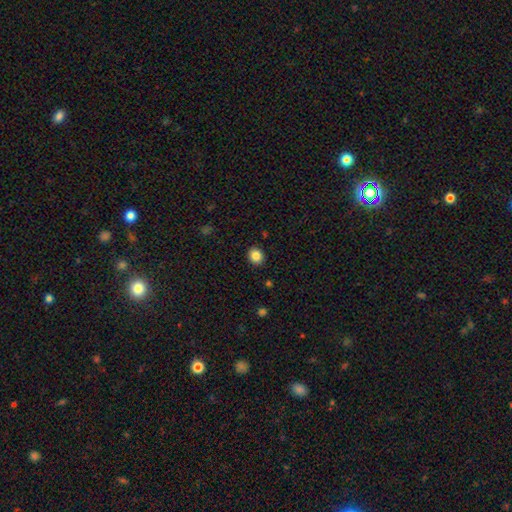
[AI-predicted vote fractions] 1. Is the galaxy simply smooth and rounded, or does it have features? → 86% smooth, 10% star or artifact, 4% featured or disk.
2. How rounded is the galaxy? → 72% round, 28% in between, 1% cigar-shaped.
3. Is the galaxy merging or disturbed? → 90% none, 6% minor disturbance, 2% major disturbance, 1% merger.